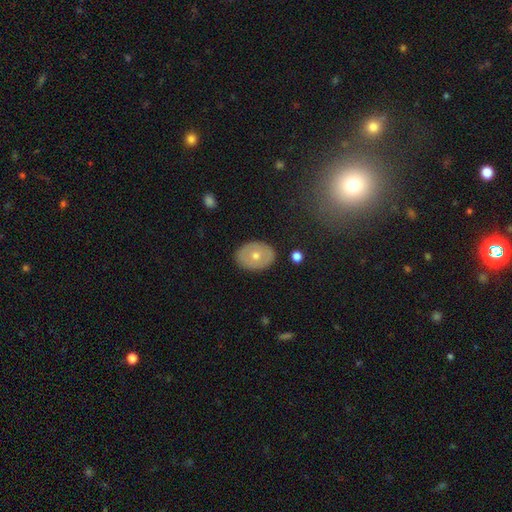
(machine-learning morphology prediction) The model was most divided on "smooth or featured": smooth: 55%, featured or disk: 38%, star or artifact: 7%. More confident: merging — none (86%); how rounded — in between (68%).